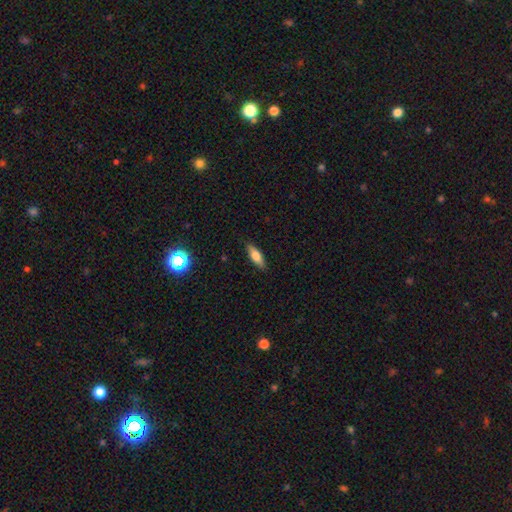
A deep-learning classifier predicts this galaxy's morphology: Overall: smooth (71%). How rounded: in between (58%; cigar-shaped 39%). Merging: none (87%).